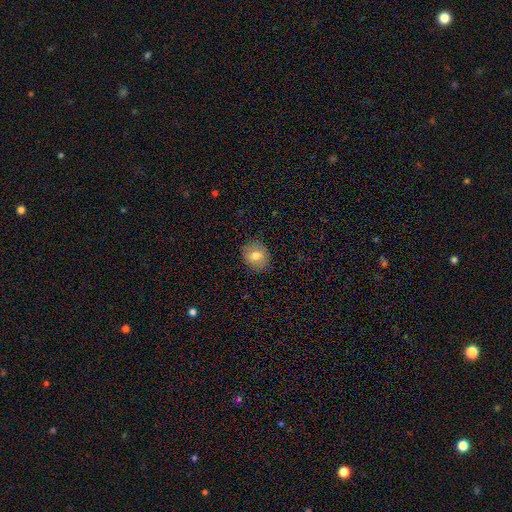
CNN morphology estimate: Smooth or featured? smooth (73%)
How rounded? round (76%)
Merging? none (86%)